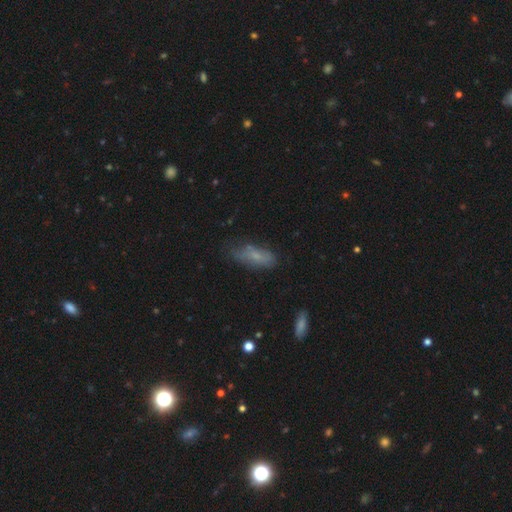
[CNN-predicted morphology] Smooth or featured? smooth (66%)
How rounded? in between (67%)
Merging? none (56%)